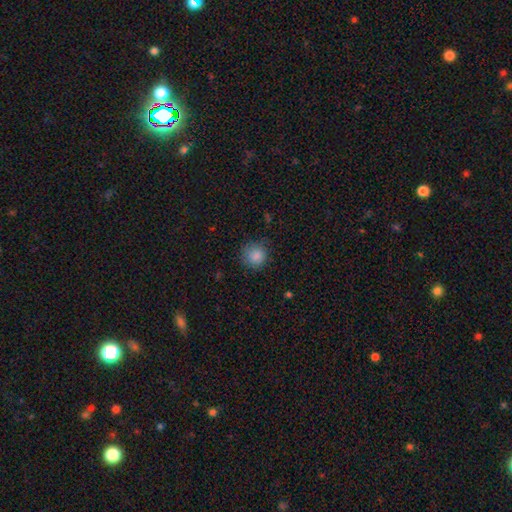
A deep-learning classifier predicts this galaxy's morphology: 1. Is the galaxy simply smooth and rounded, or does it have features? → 86% smooth, 9% star or artifact, 5% featured or disk.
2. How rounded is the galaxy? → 90% round, 9% in between, 1% cigar-shaped.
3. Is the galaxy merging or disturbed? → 79% none, 16% minor disturbance, 4% major disturbance, 1% merger.